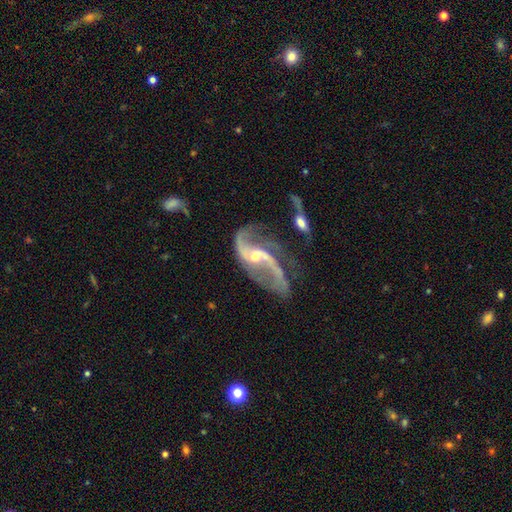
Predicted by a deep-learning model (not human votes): Q: Smooth or featured?
A: featured or disk (89%); runner-up: star or artifact (6%)
Q: Edge-on disk?
A: no (97%); runner-up: yes (3%)
Q: Bar?
A: weak (43%); runner-up: no (41%)
Q: Spiral arms?
A: yes (94%); runner-up: no (6%)
Q: Spiral winding?
A: loose (75%); runner-up: medium (20%)
Q: Spiral arm count?
A: 2 (84%); runner-up: can't tell (5%)
Q: Bulge size?
A: small (56%); runner-up: moderate (37%)
Q: Merging?
A: none (35%); runner-up: major disturbance (28%)